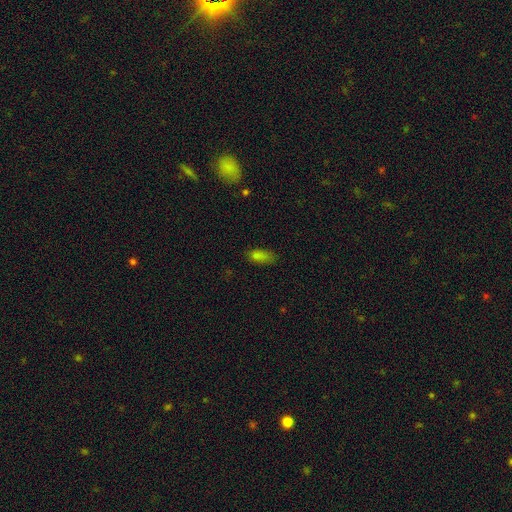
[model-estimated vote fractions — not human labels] Smooth or featured? Predicted: smooth (p=0.74). How rounded? Predicted: in between (p=0.83). Merging? Predicted: none (p=0.69).